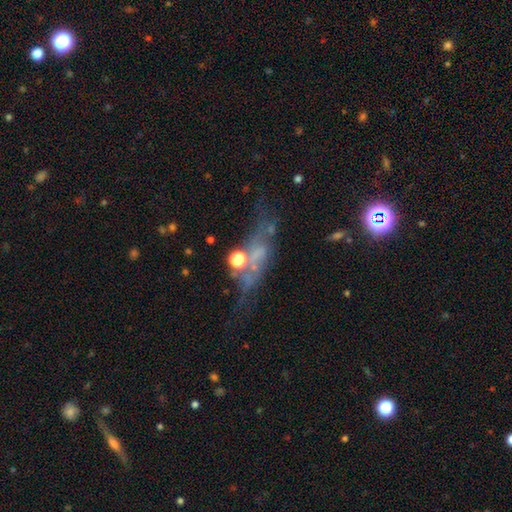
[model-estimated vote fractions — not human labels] This appears to be a featured or disk galaxy (45%). Merging: none (49%).